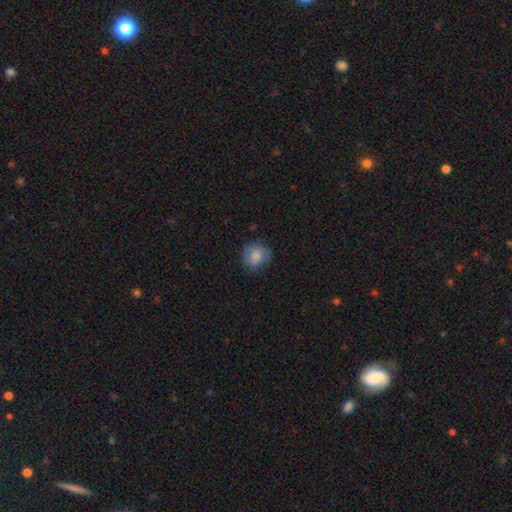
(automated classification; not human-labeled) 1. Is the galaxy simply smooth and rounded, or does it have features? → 80% smooth, 12% featured or disk, 8% star or artifact.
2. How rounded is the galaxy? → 84% round, 15% in between, 1% cigar-shaped.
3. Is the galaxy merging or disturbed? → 71% none, 21% minor disturbance, 7% major disturbance, 1% merger.